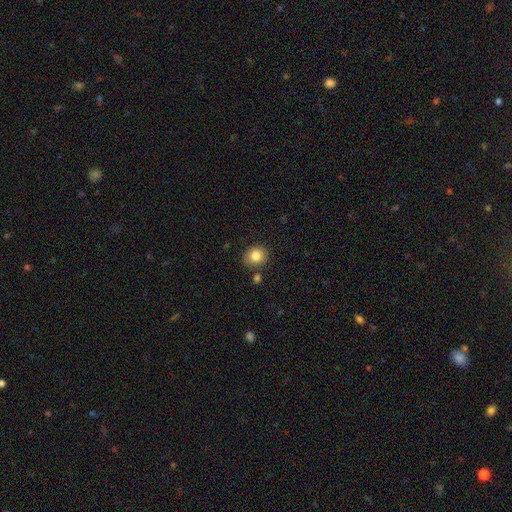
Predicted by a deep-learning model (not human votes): Overall: smooth (84%). How rounded: round (79%). Merging: none (82%).